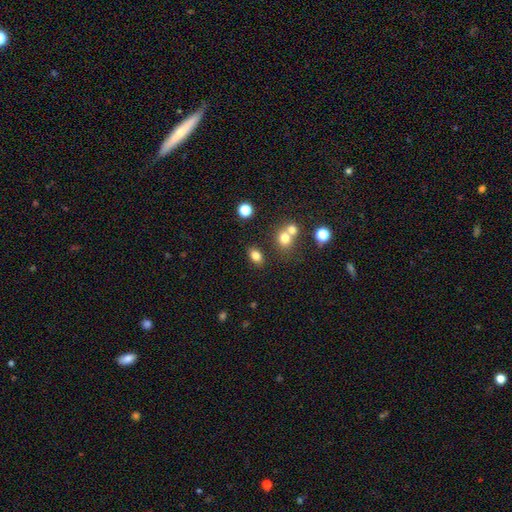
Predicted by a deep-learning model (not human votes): smooth_or_featured: smooth (p=0.79) [alt: star or artifact p=0.13]
how_rounded: in between (p=0.76) [alt: round p=0.22]
merging: none (p=0.73) [alt: merger p=0.13]